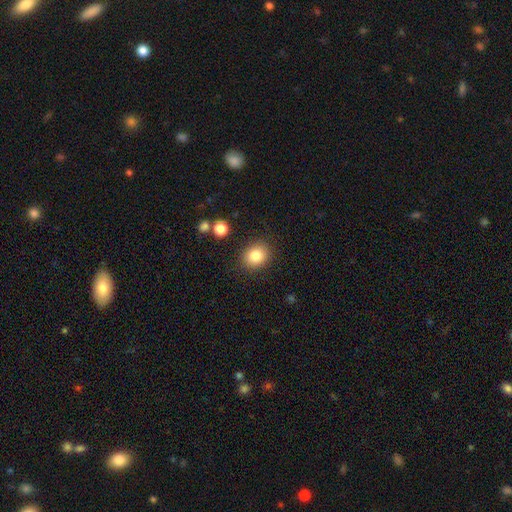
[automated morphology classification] smooth-or-featured: smooth: 84% | star or artifact: 10% | featured or disk: 6%
  how-rounded: round: 65% | in between: 35% | cigar-shaped: 1%
  merging: none: 86% | minor disturbance: 9% | major disturbance: 3% | merger: 2%